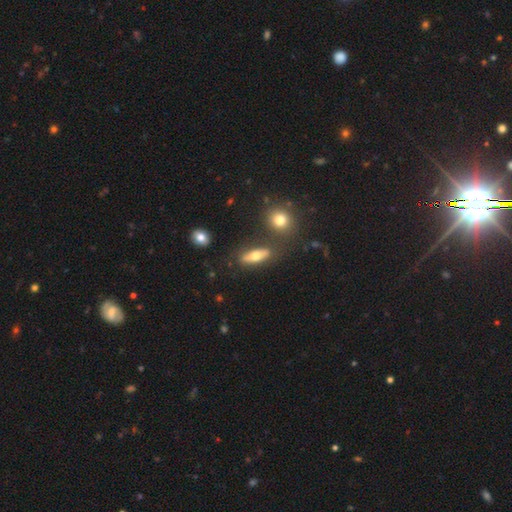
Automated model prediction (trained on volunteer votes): This is possibly a smooth galaxy (59%). How rounded: possibly in between (56%). Merging: likely none (74%).